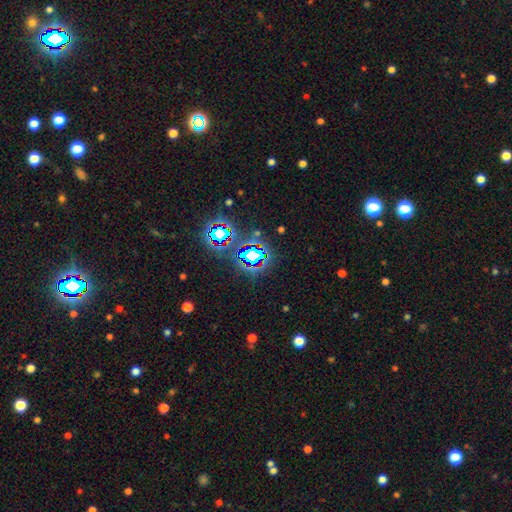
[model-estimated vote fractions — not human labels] star or artifact 75%, smooth 15%, featured or disk 10%.